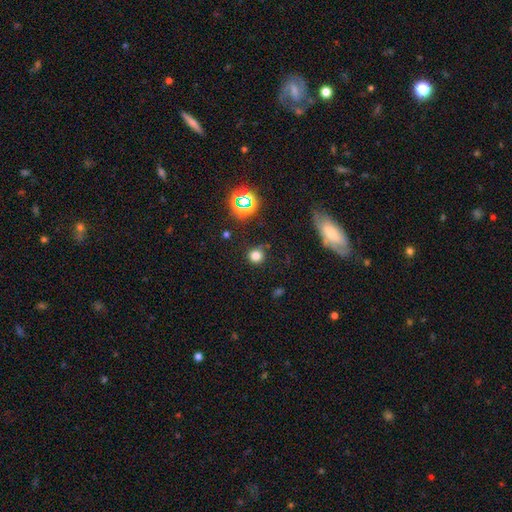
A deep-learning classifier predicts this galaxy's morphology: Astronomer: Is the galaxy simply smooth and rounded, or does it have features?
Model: smooth — 75%.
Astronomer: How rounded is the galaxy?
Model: round — 89%.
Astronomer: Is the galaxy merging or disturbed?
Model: none — 77%.